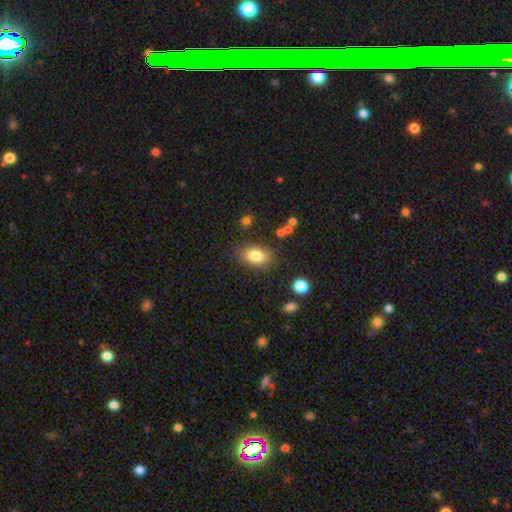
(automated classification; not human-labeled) smooth 82%, featured or disk 10%, star or artifact 9%. Down the decision tree: how rounded — in between (84%); merging — none (81%).